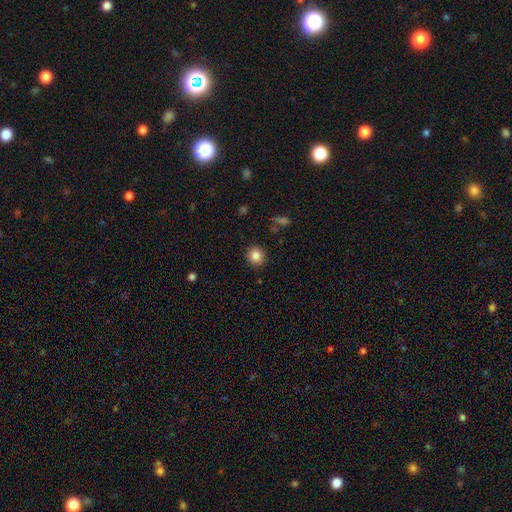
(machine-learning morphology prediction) type=smooth (84%); roundness=round (88%); merging=none (90%).